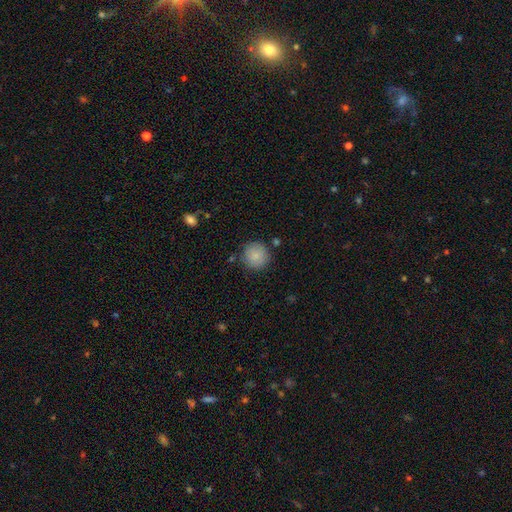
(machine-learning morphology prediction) A smooth galaxy with no disk features (86%) that is round (95%).

Vote fractions:
- Smooth or featured? smooth: 86% / star or artifact: 7% / featured or disk: 7%
- How rounded? round: 95% / in between: 4% / cigar-shaped: 1%
- Merging? none: 84% / minor disturbance: 10% / merger: 3% / major disturbance: 3%